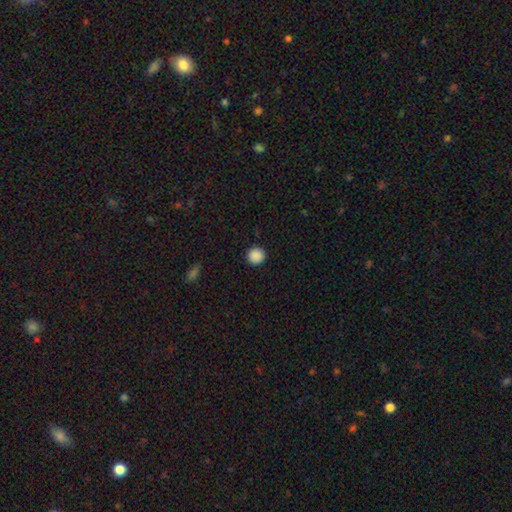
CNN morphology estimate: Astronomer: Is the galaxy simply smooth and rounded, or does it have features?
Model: smooth — 89%.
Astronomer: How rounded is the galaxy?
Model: round — 93%.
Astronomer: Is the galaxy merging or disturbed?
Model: none — 92%.